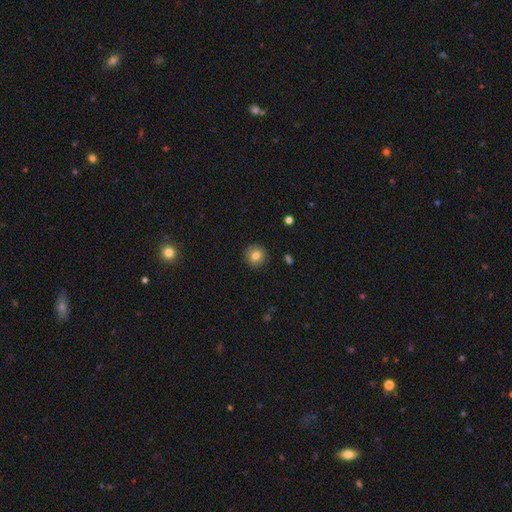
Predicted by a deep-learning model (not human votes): This is likely a smooth galaxy (78%). How rounded: clearly round (93%). Merging: clearly none (90%).